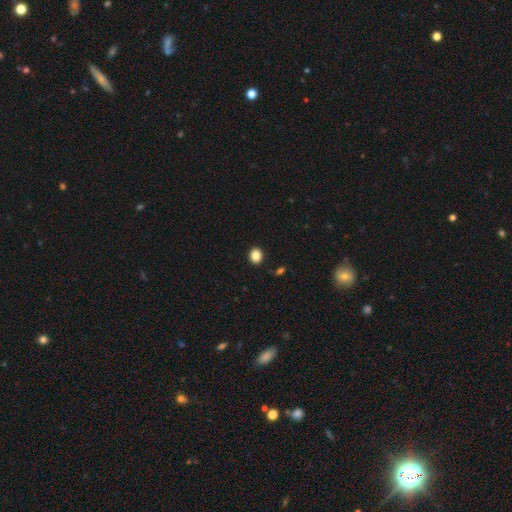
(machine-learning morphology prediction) Q: Smooth or featured?
A: smooth (86%); runner-up: star or artifact (10%)
Q: How rounded?
A: round (64%); runner-up: in between (35%)
Q: Merging?
A: none (91%); runner-up: minor disturbance (6%)